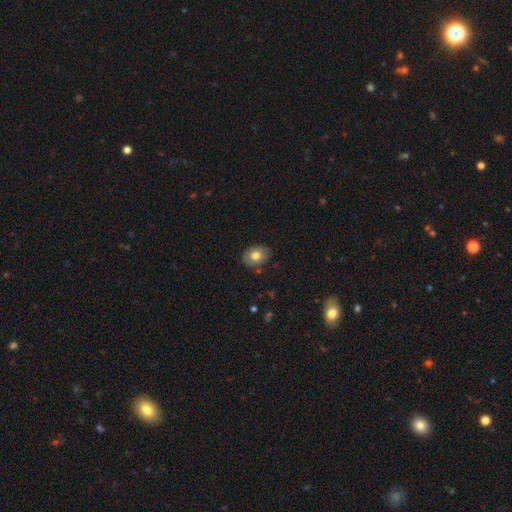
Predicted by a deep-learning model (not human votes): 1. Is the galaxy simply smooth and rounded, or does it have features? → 75% smooth, 17% featured or disk, 8% star or artifact.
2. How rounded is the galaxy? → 66% in between, 33% round, 1% cigar-shaped.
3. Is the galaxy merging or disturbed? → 82% none, 13% minor disturbance, 2% major disturbance, 2% merger.